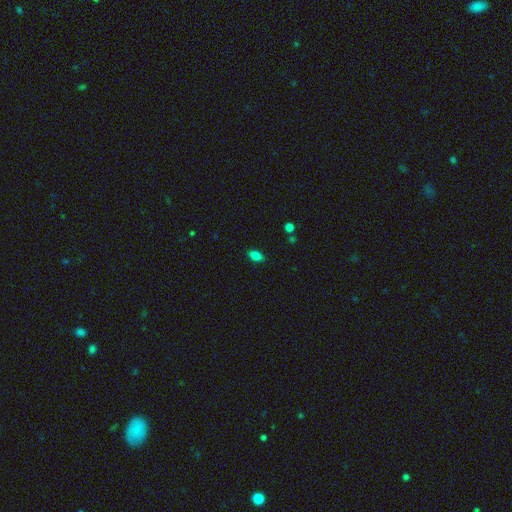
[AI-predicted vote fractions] A smooth galaxy with no disk features (81%) that is in between round and cigar-shaped (89%). Merging: none (86%).